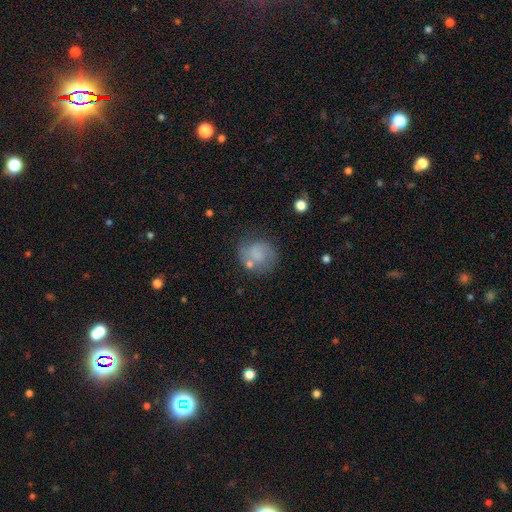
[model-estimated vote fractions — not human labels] smooth 54%, featured or disk 32%, star or artifact 14%. Down the decision tree: how rounded — round (76%); merging — none (63%).